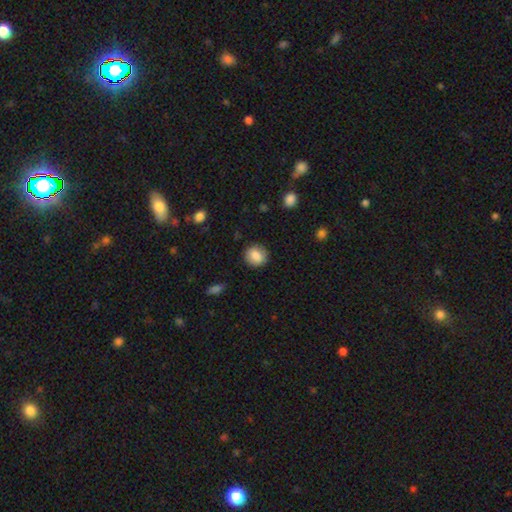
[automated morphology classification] smooth-or-featured: smooth: 85% | star or artifact: 8% | featured or disk: 7%
  how-rounded: round: 77% | in between: 22% | cigar-shaped: 1%
  merging: none: 87% | minor disturbance: 10% | major disturbance: 3% | merger: 1%